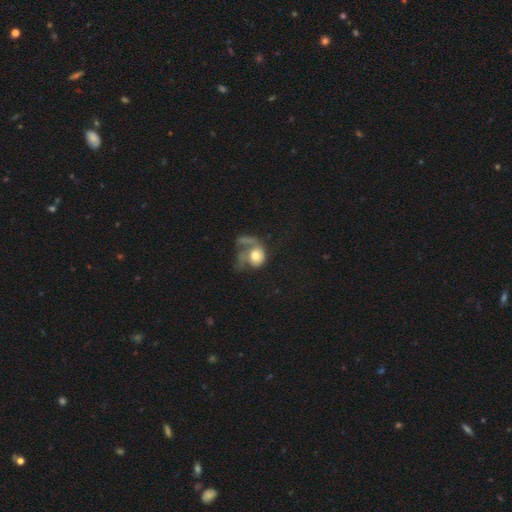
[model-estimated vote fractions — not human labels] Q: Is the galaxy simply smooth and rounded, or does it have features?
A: smooth — 51%.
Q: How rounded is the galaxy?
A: round — 57%.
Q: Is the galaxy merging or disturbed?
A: major disturbance — 54%.